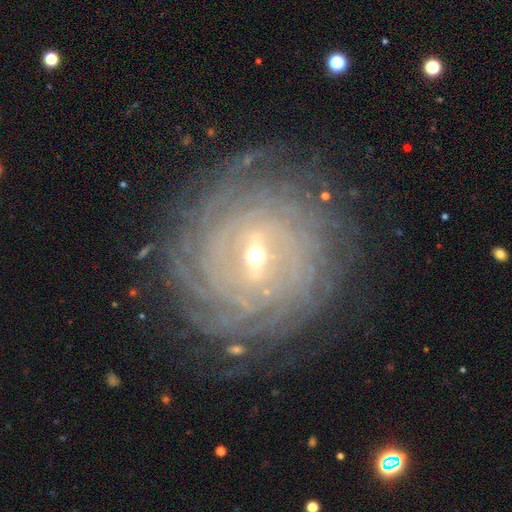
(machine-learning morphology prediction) Smooth or featured: featured or disk — 87% (star or artifact — 7%)
Edge-on disk: no — 96% (yes — 4%)
Bar: weak — 50% (strong — 35%)
Spiral arms: yes — 97% (no — 3%)
Spiral winding: tight — 87% (medium — 10%)
Spiral arm count: more than 4 — 32% (can't tell — 29%)
Bulge size: small — 60% (moderate — 37%)
Merging: none — 84% (minor disturbance — 11%)